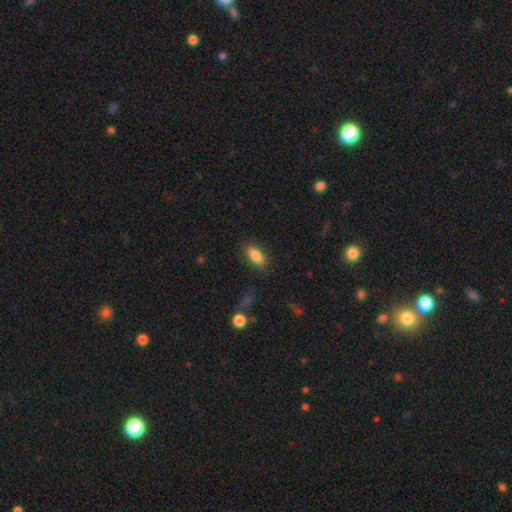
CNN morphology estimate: Overall: smooth (84%). How rounded: in between (89%). Merging: none (81%).